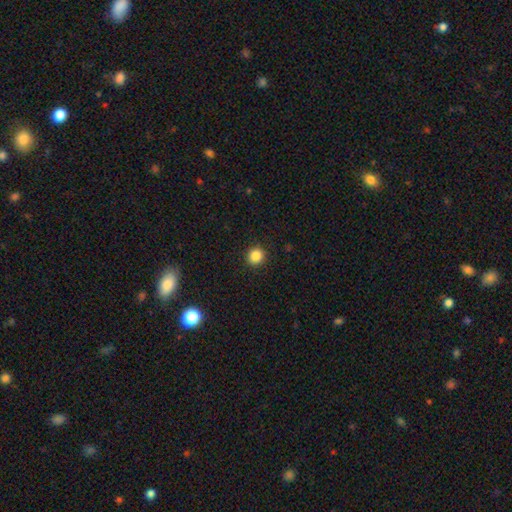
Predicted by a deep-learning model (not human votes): smooth 86%, star or artifact 11%, featured or disk 4%. Down the decision tree: how rounded — round (89%); merging — none (92%).